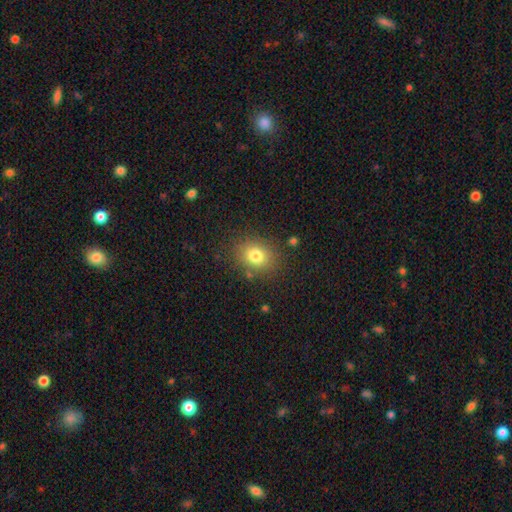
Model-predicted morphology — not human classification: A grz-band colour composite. It shows a smooth galaxy with no disk features (79%) that is round (54%). Merging: none (83%).